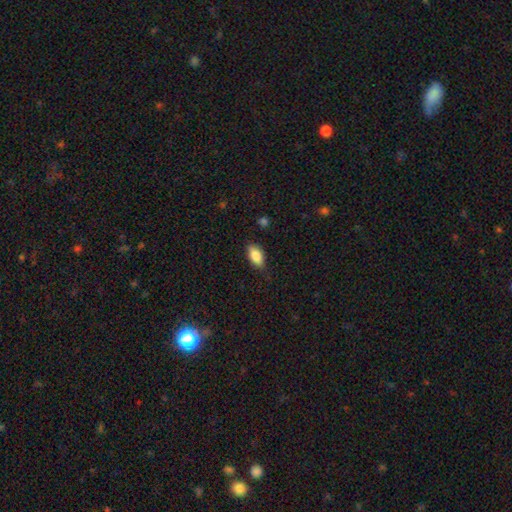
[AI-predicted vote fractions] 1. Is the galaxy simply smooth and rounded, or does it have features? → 86% smooth, 7% star or artifact, 7% featured or disk.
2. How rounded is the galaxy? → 91% in between, 6% cigar-shaped, 4% round.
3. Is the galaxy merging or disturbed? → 81% none, 15% minor disturbance, 3% major disturbance, 1% merger.